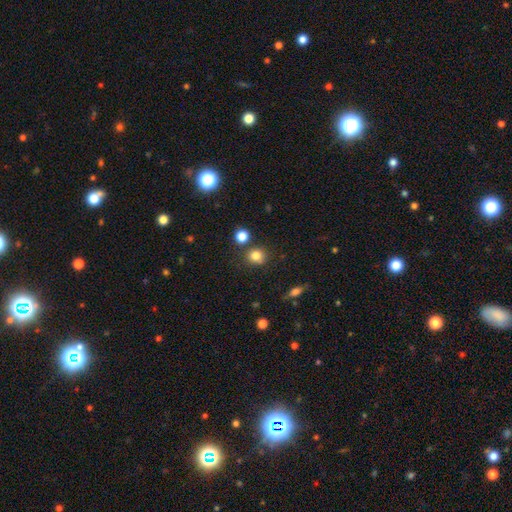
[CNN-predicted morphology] type=smooth (80%); roundness=round (85%); merging=none (79%).